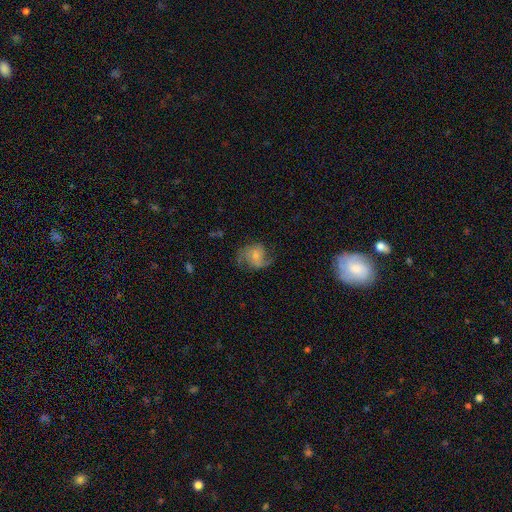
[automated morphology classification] Smooth or featured?
  - featured or disk: 66% *
  - smooth: 25%
  - star or artifact: 8%
Edge-on disk?
  - no: 98% *
  - yes: 2%
Bar?
  - no: 60% *
  - weak: 33%
  - strong: 7%
Spiral arms?
  - yes: 90% *
  - no: 10%
Spiral winding?
  - loose: 45% *
  - medium: 42%
  - tight: 14%
Spiral arm count?
  - 2: 64% *
  - 1: 15%
  - can't tell: 11%
  - 3: 6%
  - 4: 2%
  - more than 4: 2%
Bulge size?
  - small: 59% *
  - moderate: 33%
  - none: 5%
  - large: 3%
  - dominant: 1%
Merging?
  - none: 57% *
  - minor disturbance: 23%
  - major disturbance: 19%
  - merger: 2%